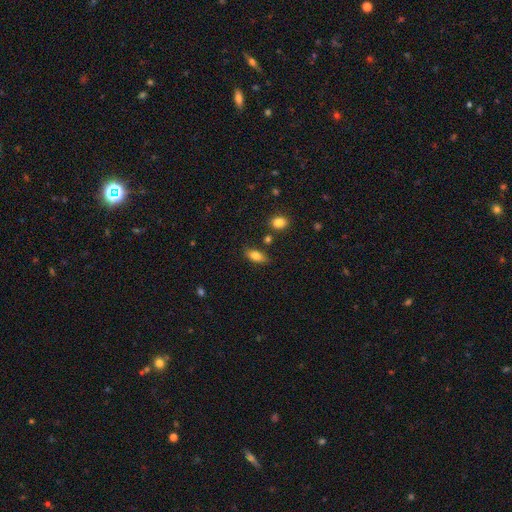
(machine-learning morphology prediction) Smooth or featured? Predicted: smooth (p=0.77). How rounded? Predicted: in between (p=0.80). Merging? Predicted: none (p=0.79).